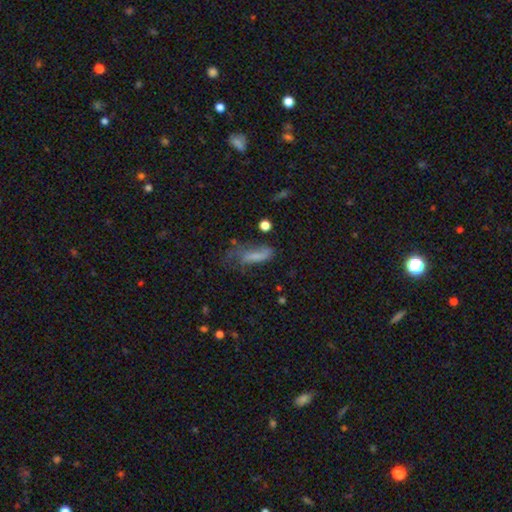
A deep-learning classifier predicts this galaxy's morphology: Q: Smooth or featured?
A: smooth (62%); runner-up: featured or disk (26%)
Q: How rounded?
A: in between (56%); runner-up: cigar-shaped (41%)
Q: Merging?
A: major disturbance (36%); runner-up: none (30%)